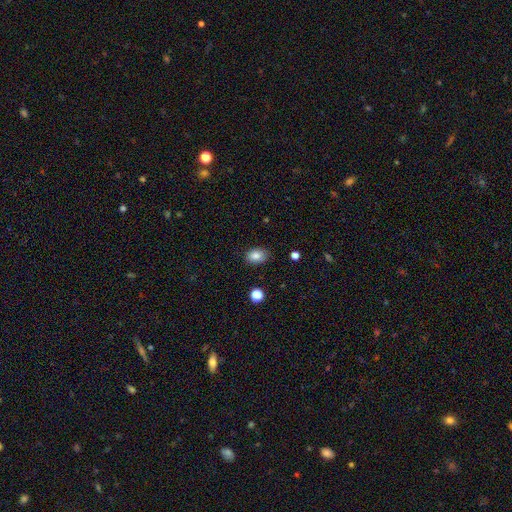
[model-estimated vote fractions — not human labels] The model was most divided on "how rounded": in between: 75%, round: 24%, cigar-shaped: 1%. More confident: smooth or featured — smooth (84%); merging — none (83%).